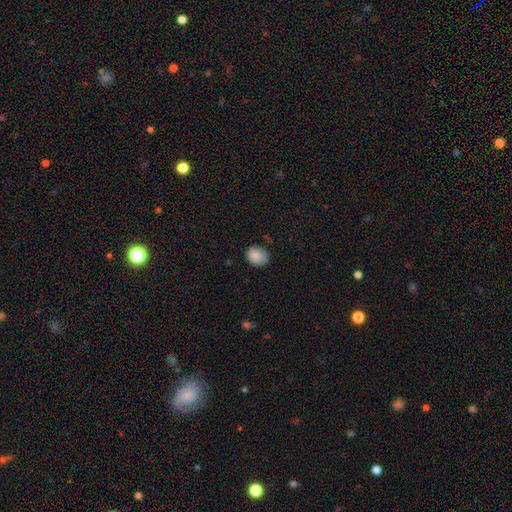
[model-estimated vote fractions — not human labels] The model was most divided on "how rounded": round: 52%, in between: 47%, cigar-shaped: 1%. More confident: smooth or featured — smooth (85%); merging — none (71%).